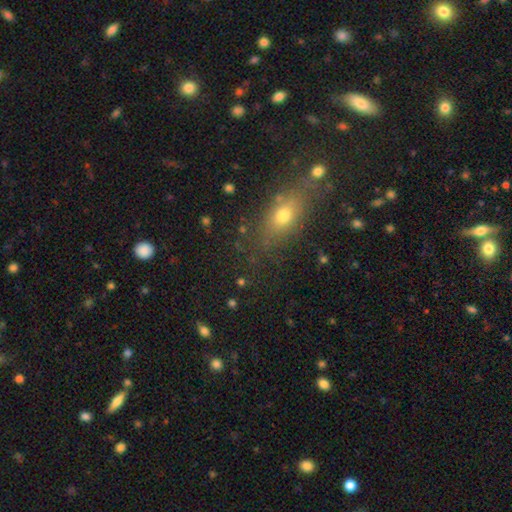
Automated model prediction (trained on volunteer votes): Smooth or featured? smooth (56%)
How rounded? in between (59%)
Merging? none (77%)